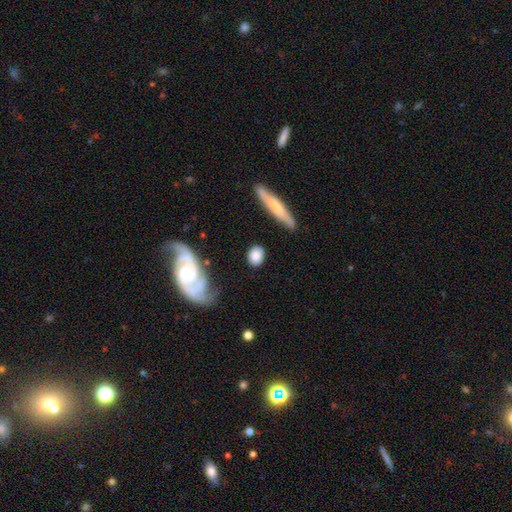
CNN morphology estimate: Q: Smooth or featured?
A: smooth (81%); runner-up: featured or disk (14%)
Q: How rounded?
A: in between (58%); runner-up: round (38%)
Q: Merging?
A: none (78%); runner-up: minor disturbance (14%)